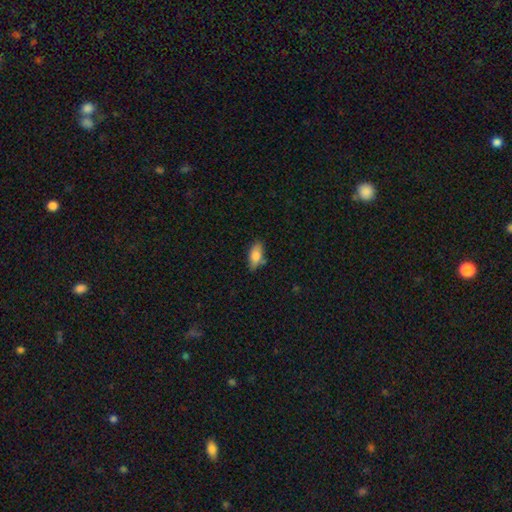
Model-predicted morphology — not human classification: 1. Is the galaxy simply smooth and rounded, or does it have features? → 81% smooth, 12% featured or disk, 7% star or artifact.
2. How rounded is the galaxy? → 87% in between, 10% cigar-shaped, 3% round.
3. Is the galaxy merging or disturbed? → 74% none, 19% minor disturbance, 4% merger, 3% major disturbance.